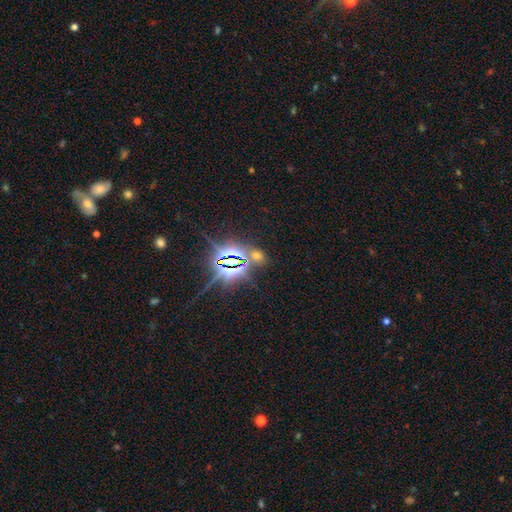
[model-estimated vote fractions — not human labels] This appears to be a star or artifact, not a galaxy (73%).